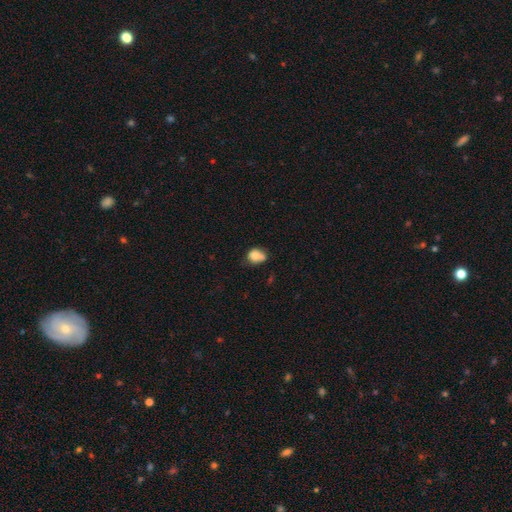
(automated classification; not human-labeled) Morphology: type=smooth (83%); roundness=in between (66%); merging=none (43%).